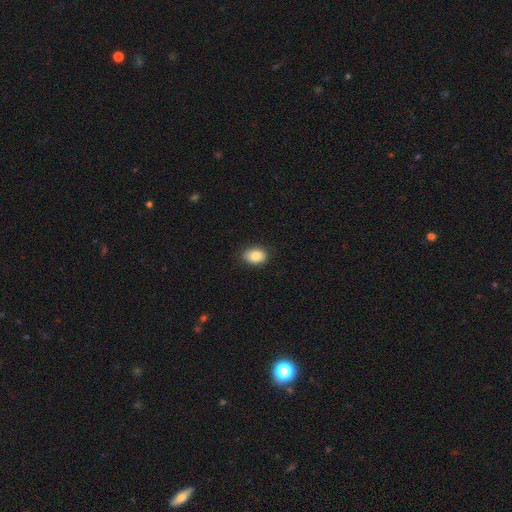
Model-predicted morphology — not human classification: This is clearly a smooth galaxy (85%). How rounded: likely in between (78%). Merging: clearly none (87%).